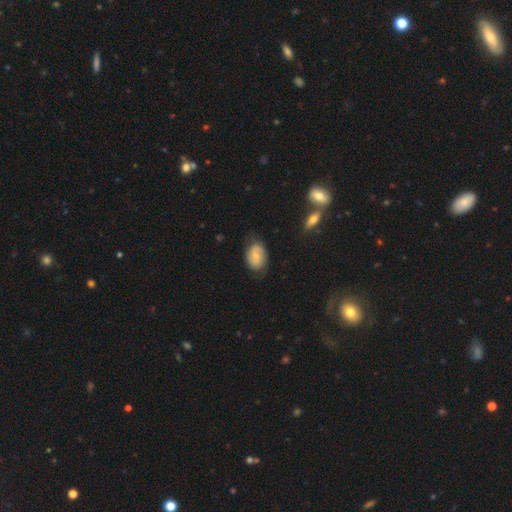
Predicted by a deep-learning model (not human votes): smooth_or_featured: smooth (p=0.52) [alt: featured or disk p=0.40]
how_rounded: in between (p=0.79) [alt: round p=0.20]
merging: none (p=0.70) [alt: minor disturbance p=0.22]